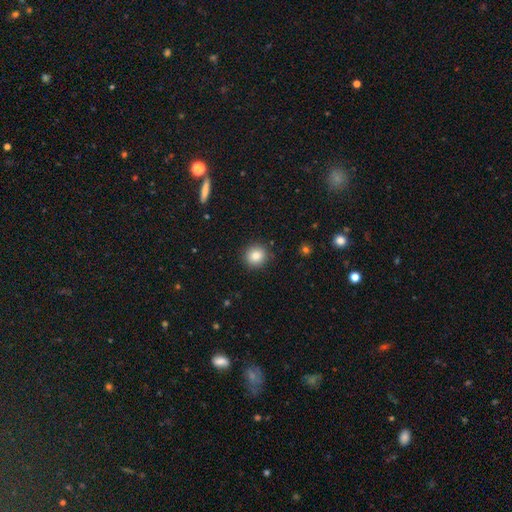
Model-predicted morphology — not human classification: Smooth or featured? Predicted: smooth (p=0.85). How rounded? Predicted: round (p=0.91). Merging? Predicted: none (p=0.90).